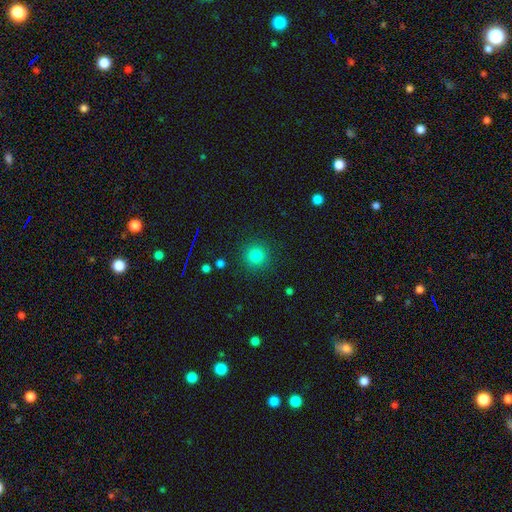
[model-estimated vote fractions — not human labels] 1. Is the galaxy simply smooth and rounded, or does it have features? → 82% smooth, 13% star or artifact, 5% featured or disk.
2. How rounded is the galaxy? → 94% round, 5% in between, 1% cigar-shaped.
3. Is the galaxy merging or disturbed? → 89% none, 7% minor disturbance, 3% major disturbance, 2% merger.